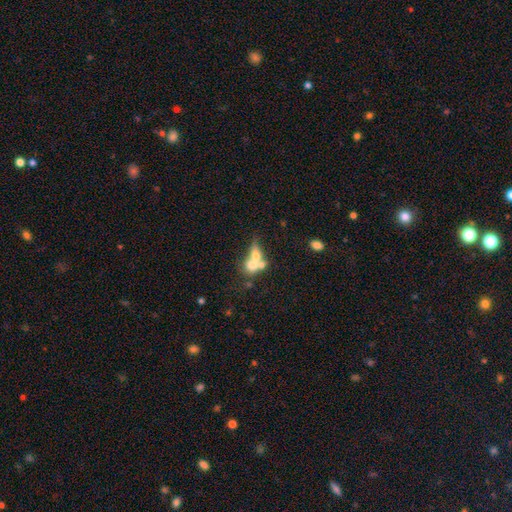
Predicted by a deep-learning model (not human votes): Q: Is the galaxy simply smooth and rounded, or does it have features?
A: smooth — 58%.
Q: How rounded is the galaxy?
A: round — 52%.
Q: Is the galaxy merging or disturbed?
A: merger — 65%.